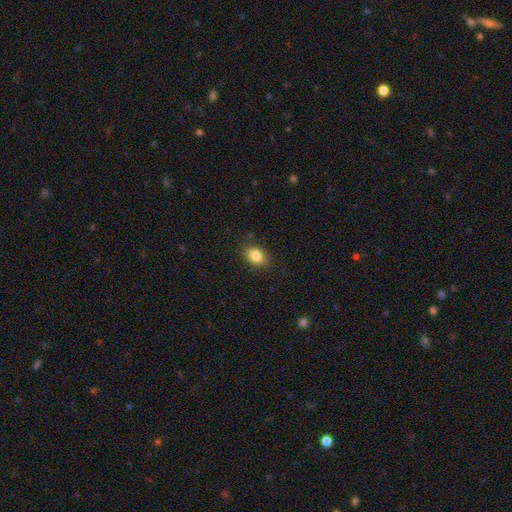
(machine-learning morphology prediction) A smooth galaxy with no disk features (85%) that is in between round and cigar-shaped (75%).

Vote fractions:
- Smooth or featured? smooth: 85% / star or artifact: 9% / featured or disk: 6%
- How rounded? in between: 75% / round: 24% / cigar-shaped: 1%
- Merging? none: 85% / minor disturbance: 11% / major disturbance: 3% / merger: 1%